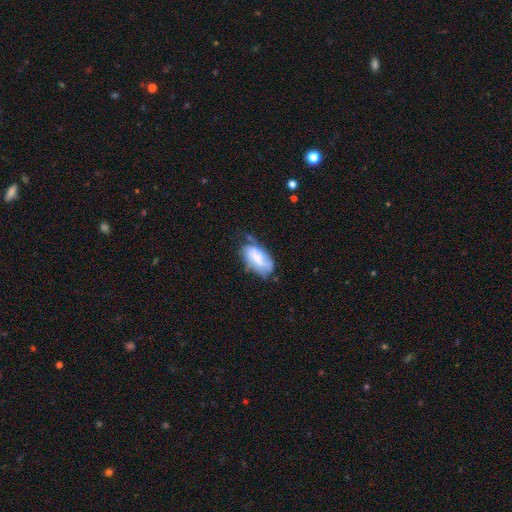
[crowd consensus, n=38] smooth_or_featured: featured or disk (p=0.53) [alt: smooth p=0.39]
disk_edge_on: no (p=1.00)
bar: weak (p=0.65) [alt: no p=0.25]
has_spiral_arms: yes (p=0.95) [alt: no p=0.05]
spiral_winding: medium (p=0.42) [alt: loose p=0.37]
spiral_arm_count: 1 (p=0.42) [alt: 2 p=0.32]
bulge_size: moderate (p=0.50) [alt: small p=0.35]
merging: minor disturbance (p=0.43) [alt: none p=0.37]